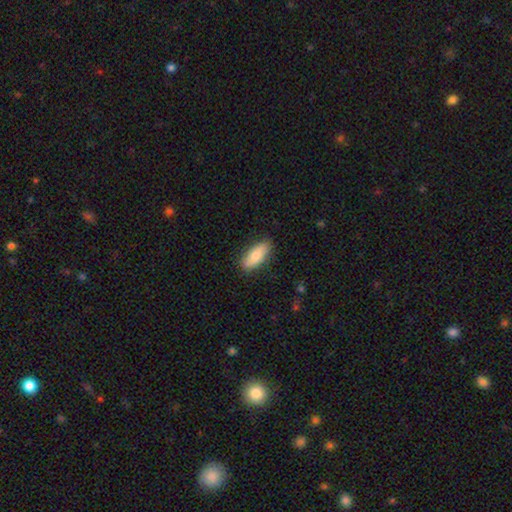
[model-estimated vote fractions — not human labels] smooth 80%, featured or disk 14%, star or artifact 6%. Down the decision tree: how rounded — in between (78%); merging — none (85%).